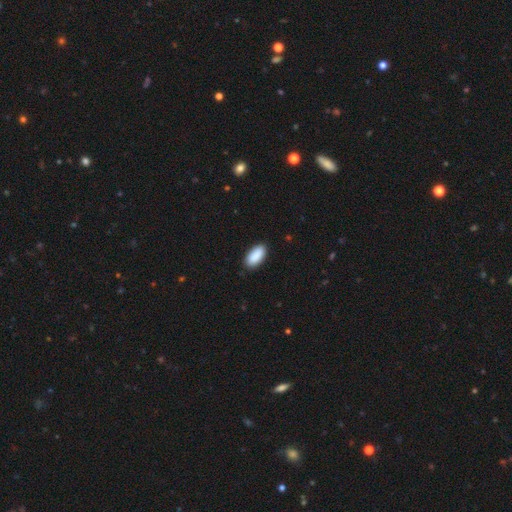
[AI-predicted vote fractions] smooth_or_featured: smooth (p=0.90) [alt: star or artifact p=0.06]
how_rounded: in between (p=0.93) [alt: cigar-shaped p=0.05]
merging: none (p=0.87) [alt: minor disturbance p=0.10]